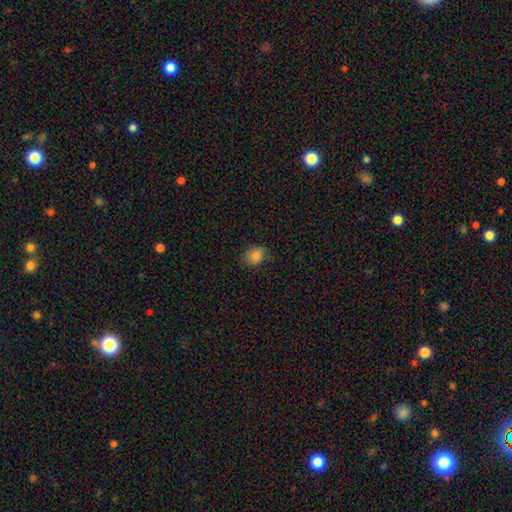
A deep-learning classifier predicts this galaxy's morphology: smooth-or-featured: smooth: 84% | star or artifact: 10% | featured or disk: 6%
  how-rounded: in between: 51% | round: 48% | cigar-shaped: 1%
  merging: none: 72% | minor disturbance: 22% | major disturbance: 5% | merger: 1%